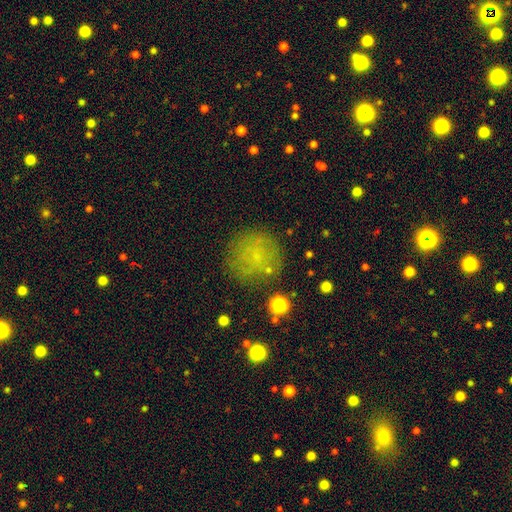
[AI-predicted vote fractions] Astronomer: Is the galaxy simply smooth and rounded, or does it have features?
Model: smooth — 67%.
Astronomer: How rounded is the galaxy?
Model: round — 92%.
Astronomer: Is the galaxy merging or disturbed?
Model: none — 77%.